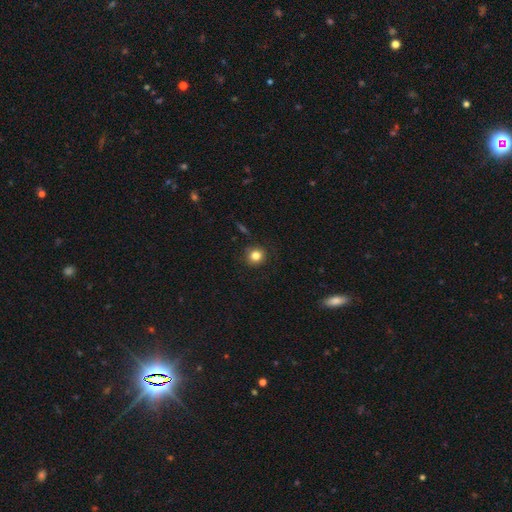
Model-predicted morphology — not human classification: Smooth or featured?
  - smooth: 82% *
  - star or artifact: 12%
  - featured or disk: 6%
How rounded?
  - round: 89% *
  - in between: 10%
  - cigar-shaped: 1%
Merging?
  - none: 87% *
  - minor disturbance: 8%
  - major disturbance: 2%
  - merger: 2%